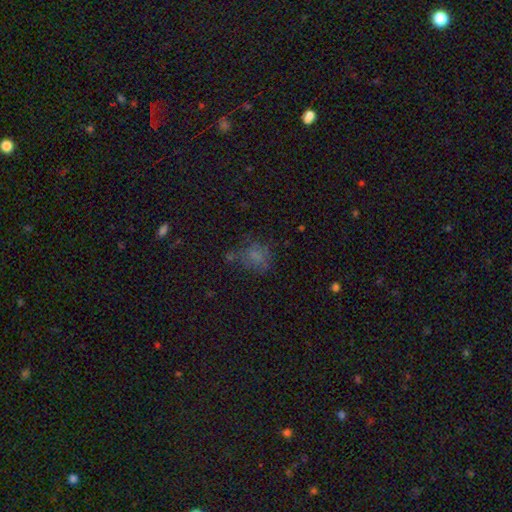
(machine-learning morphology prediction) smooth-or-featured: smooth: 60% | star or artifact: 21% | featured or disk: 19%
  how-rounded: round: 59% | in between: 39% | cigar-shaped: 1%
  merging: none: 49% | minor disturbance: 23% | major disturbance: 18% | merger: 9%